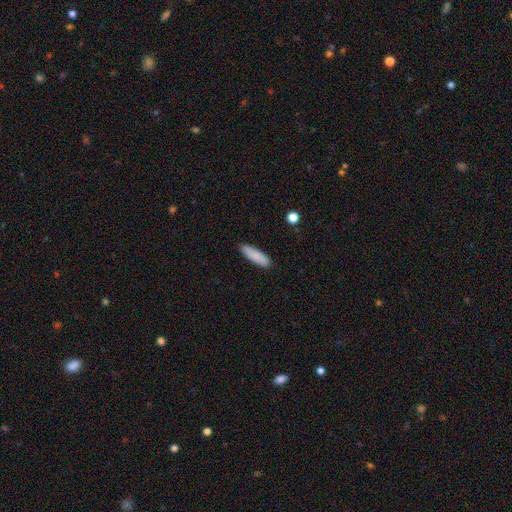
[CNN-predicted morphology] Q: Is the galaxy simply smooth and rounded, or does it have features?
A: smooth — 85%.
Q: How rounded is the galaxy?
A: cigar-shaped — 62%.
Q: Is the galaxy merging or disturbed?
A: none — 89%.